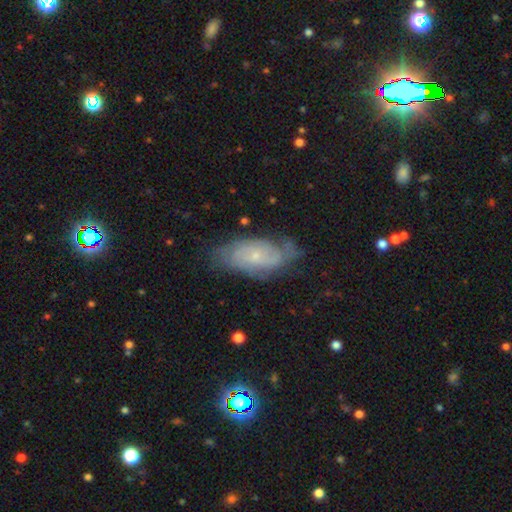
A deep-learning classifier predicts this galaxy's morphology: smooth-or-featured: featured or disk: 71% | smooth: 22% | star or artifact: 7%
  disk-edge-on: no: 94% | yes: 6%
    bar: no: 74% | weak: 23% | strong: 4%
    has-spiral-arms: yes: 89% | no: 11%
      spiral-winding: tight: 54% | medium: 34% | loose: 12%
      spiral-arm-count: can't tell: 41% | 2: 35% | 3: 11% | 4: 5% | 1: 4% | more than 4: 4%
    bulge-size: small: 78% | moderate: 16% | none: 3% | large: 1% | dominant: 1%
  merging: none: 64% | minor disturbance: 25% | major disturbance: 9% | merger: 2%